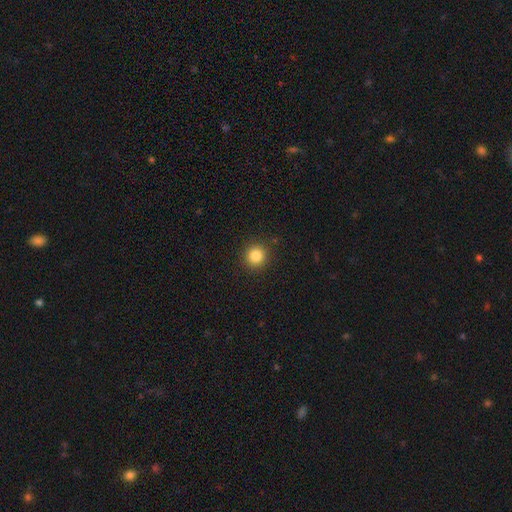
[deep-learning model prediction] A smooth galaxy with no disk features (84%) that is round (93%). Merging: none (90%).